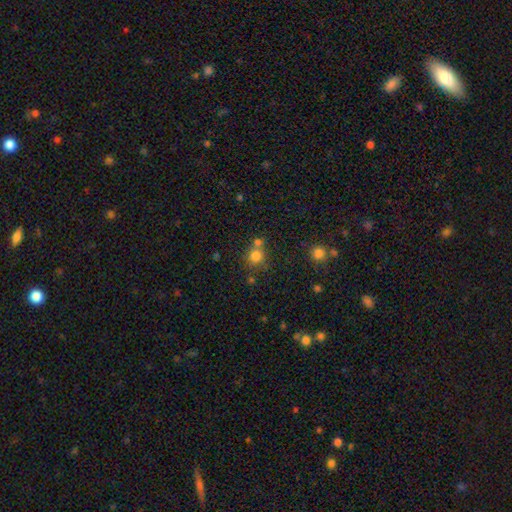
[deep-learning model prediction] Morphology: type=smooth (79%); roundness=round (87%); merging=none (59%).